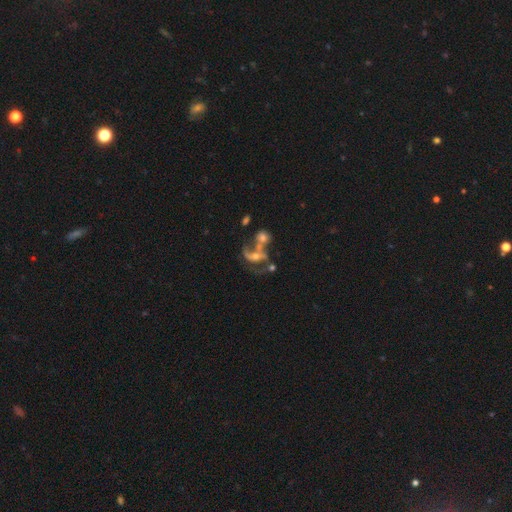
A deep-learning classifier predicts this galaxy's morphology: smooth_or_featured: featured or disk (p=0.69) [alt: smooth p=0.17]
disk_edge_on: no (p=0.95) [alt: yes p=0.05]
bar: no (p=0.54) [alt: weak p=0.30]
has_spiral_arms: yes (p=0.71) [alt: no p=0.29]
bulge_size: moderate (p=0.42) [alt: small p=0.40]
merging: merger (p=0.45) [alt: none p=0.24]